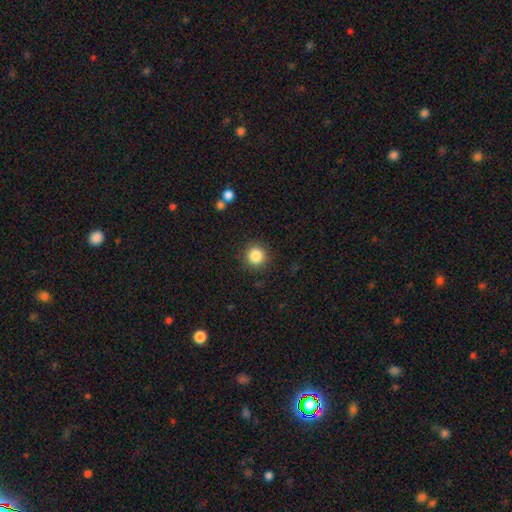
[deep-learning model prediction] A smooth galaxy with no disk features (85%) that is round (93%). Merging: none (90%).